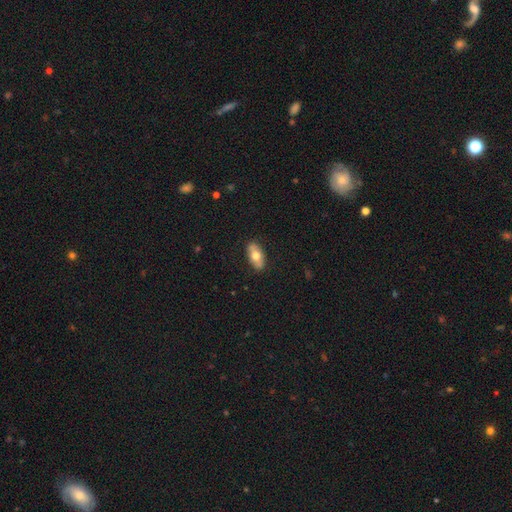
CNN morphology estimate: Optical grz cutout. It shows a smooth galaxy with no disk features (64%) that is in between round and cigar-shaped (89%). Merging: none (87%).